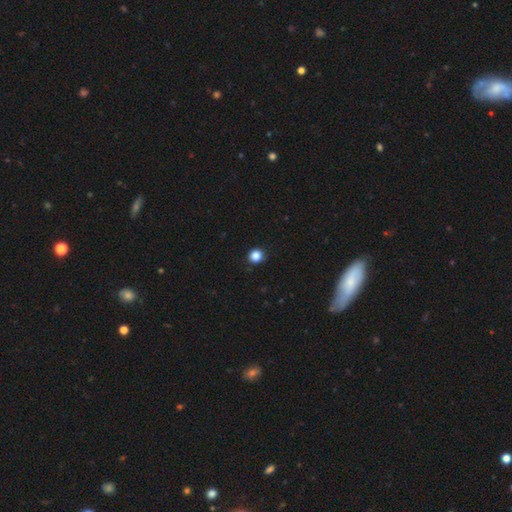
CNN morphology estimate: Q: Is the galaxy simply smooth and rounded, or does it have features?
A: smooth — 85%.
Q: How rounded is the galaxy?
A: round — 88%.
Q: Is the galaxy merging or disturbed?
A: none — 91%.